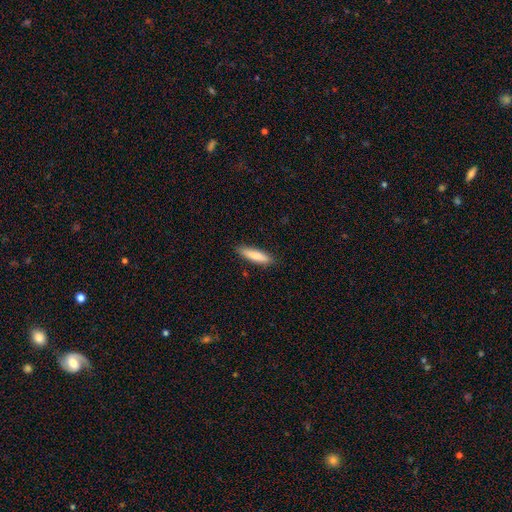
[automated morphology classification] This is clearly a smooth galaxy (82%). How rounded: likely cigar-shaped (73%). Merging: clearly none (87%).